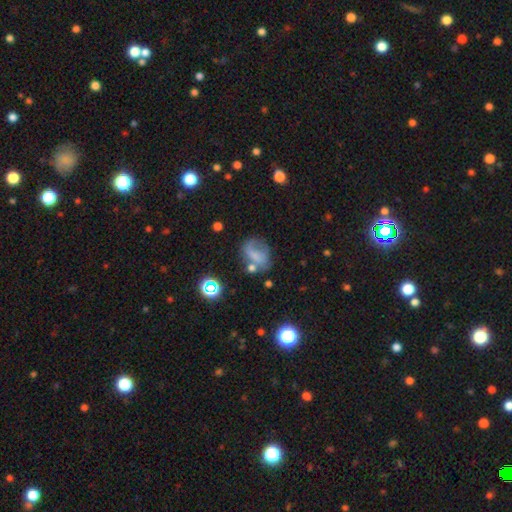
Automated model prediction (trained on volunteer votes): Morphology: type=smooth (48%); merging=none (40%).